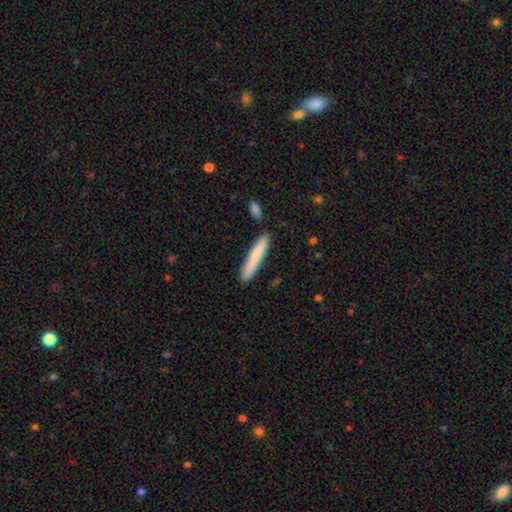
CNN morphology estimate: Smooth or featured: smooth — 74% (featured or disk — 21%)
How rounded: cigar-shaped — 93% (in between — 5%)
Merging: none — 87% (minor disturbance — 9%)